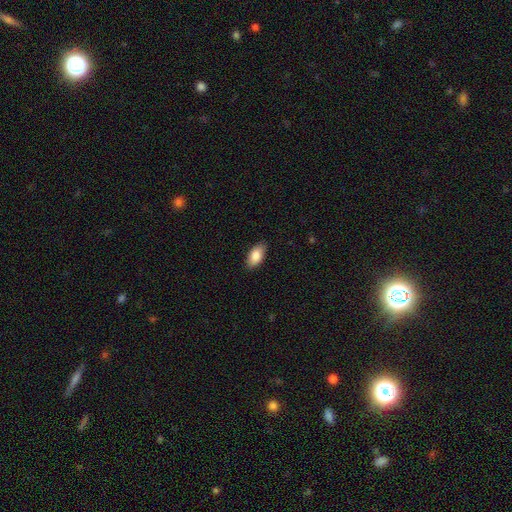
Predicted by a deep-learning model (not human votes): smooth_or_featured: smooth (p=0.85) [alt: featured or disk p=0.09]
how_rounded: in between (p=0.93) [alt: cigar-shaped p=0.04]
merging: none (p=0.87) [alt: minor disturbance p=0.10]